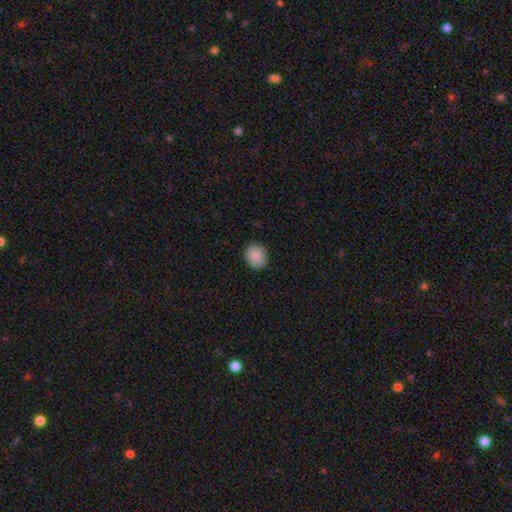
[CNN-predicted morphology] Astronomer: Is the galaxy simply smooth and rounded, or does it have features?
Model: smooth — 88%.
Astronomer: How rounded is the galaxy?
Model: round — 74%.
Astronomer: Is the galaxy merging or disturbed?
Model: none — 89%.